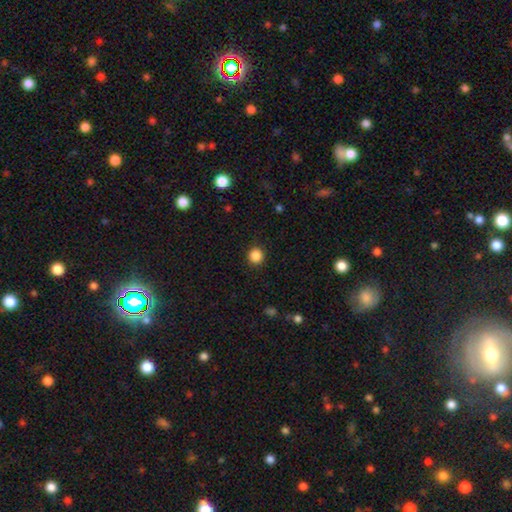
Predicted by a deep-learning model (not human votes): Smooth or featured? Predicted: smooth (p=0.86). How rounded? Predicted: round (p=0.92). Merging? Predicted: none (p=0.91).